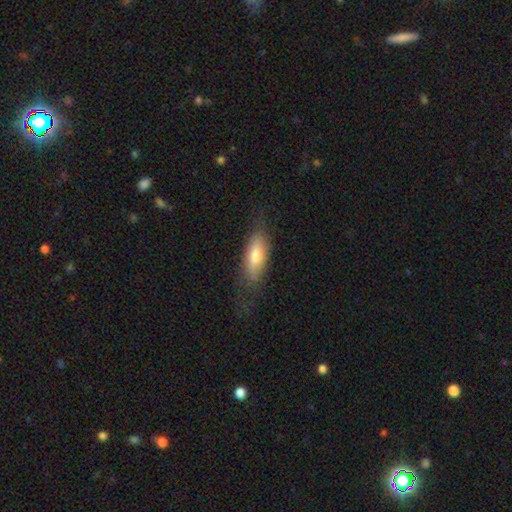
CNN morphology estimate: This appears to be a smooth galaxy with no disk features (71%) that is in between round and cigar-shaped (68%). Merging: none (67%).